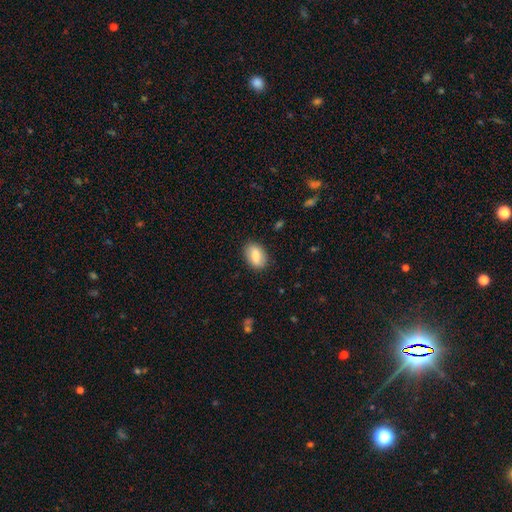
Smooth or featured?
  - smooth: 51% *
  - featured or disk: 38%
  - star or artifact: 10%
How rounded?
  - in between: 85% *
  - round: 15%
  - cigar-shaped: 0%
Merging?
  - none: 91% *
  - minor disturbance: 6%
  - merger: 3%
  - major disturbance: 0%